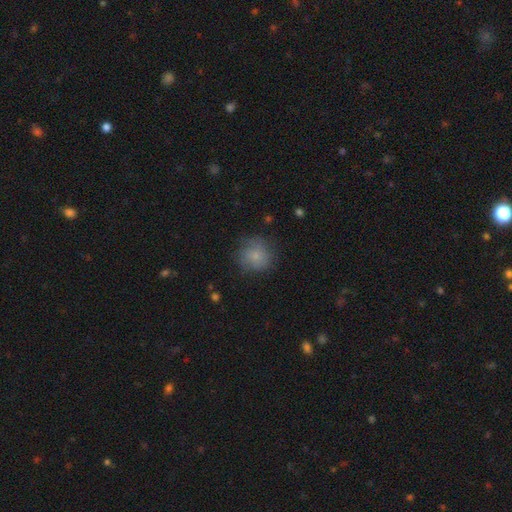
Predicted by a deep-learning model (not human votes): Q: Smooth or featured?
A: smooth (75%); runner-up: featured or disk (16%)
Q: How rounded?
A: round (88%); runner-up: in between (11%)
Q: Merging?
A: none (71%); runner-up: minor disturbance (20%)